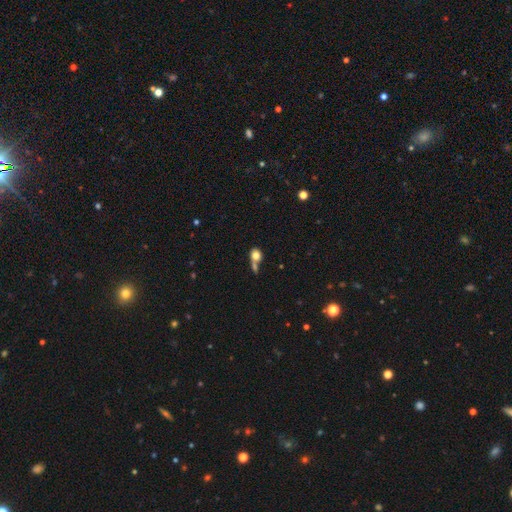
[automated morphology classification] A smooth galaxy with no disk features (76%) that is round (62%).

Vote fractions:
- Smooth or featured? smooth: 76% / featured or disk: 14% / star or artifact: 10%
- How rounded? round: 62% / in between: 35% / cigar-shaped: 3%
- Merging? merger: 46% / none: 33% / minor disturbance: 12% / major disturbance: 9%